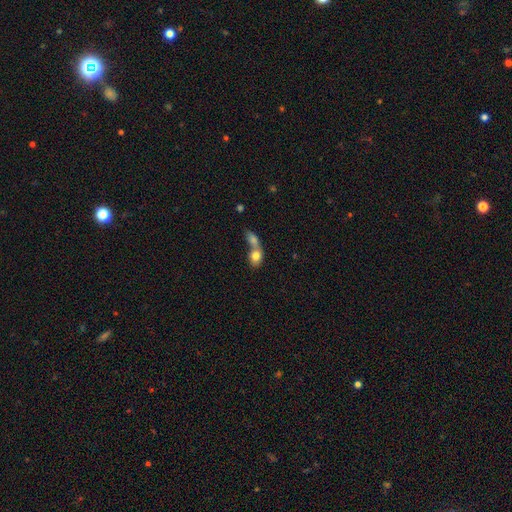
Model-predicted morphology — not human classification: Smooth or featured? smooth (78%)
How rounded? in between (53%)
Merging? merger (72%)